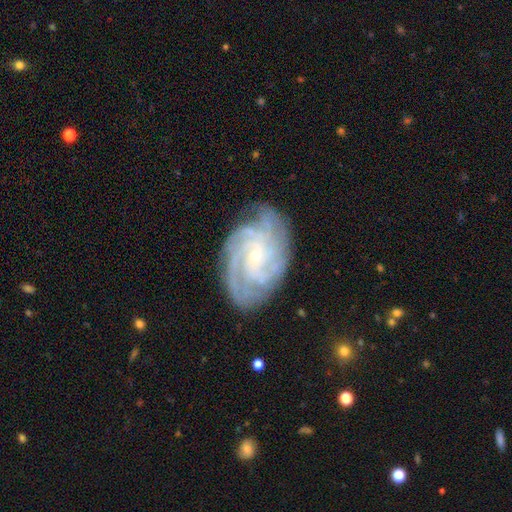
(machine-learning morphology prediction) This appears to be a featured or disk galaxy (88%) with no bar (67%), 4 (32%) tight (69%) spiral arms (98%) and a small central bulge (82%). Merging: none (78%).